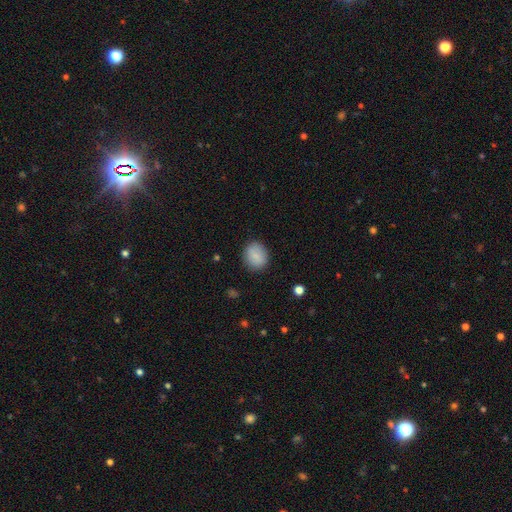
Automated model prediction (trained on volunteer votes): A smooth galaxy with no disk features (85%) that is round (66%). Merging: none (86%).